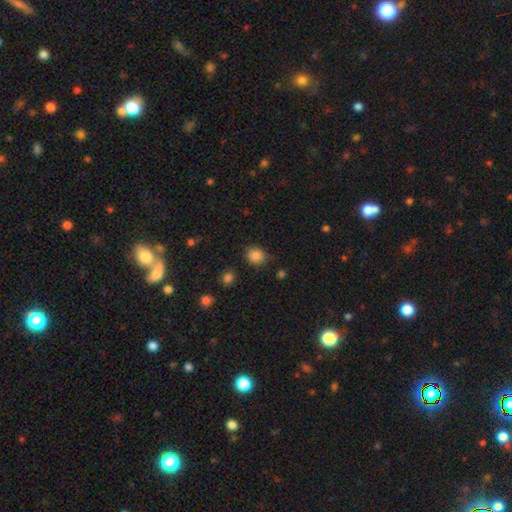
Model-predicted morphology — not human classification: This is clearly a smooth galaxy (85%). How rounded: likely round (74%). Merging: clearly none (81%).